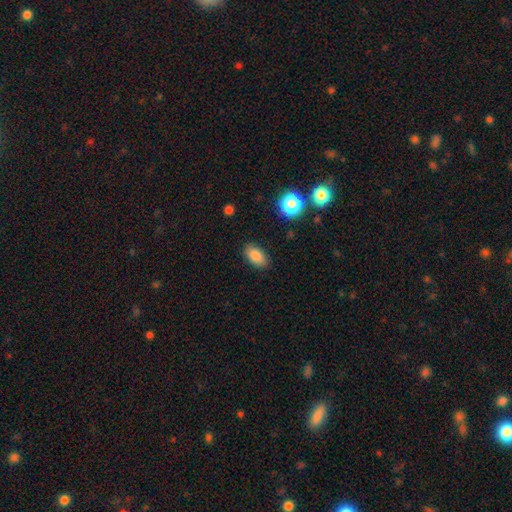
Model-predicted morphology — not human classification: smooth-or-featured: smooth: 86% | star or artifact: 9% | featured or disk: 5%
  how-rounded: in between: 92% | round: 6% | cigar-shaped: 2%
  merging: none: 86% | minor disturbance: 10% | major disturbance: 3% | merger: 1%